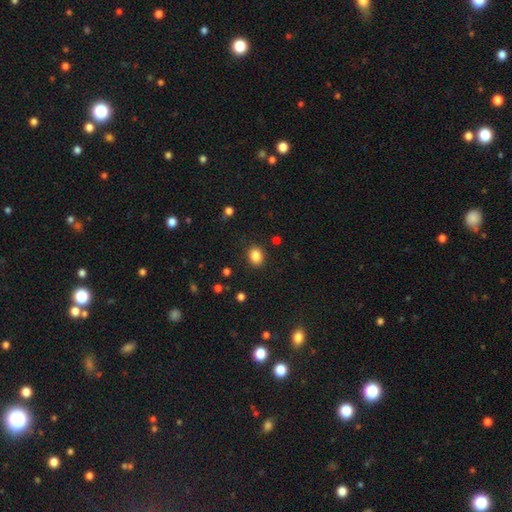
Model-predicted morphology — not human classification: type=smooth (85%); roundness=round (56%); merging=none (89%).